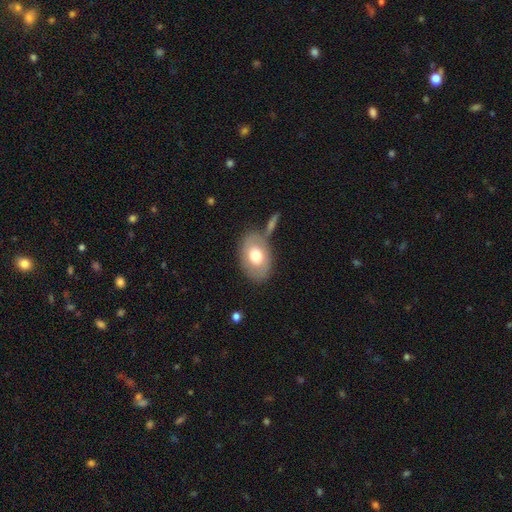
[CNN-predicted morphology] Smooth or featured: smooth — 68% (featured or disk — 26%)
How rounded: in between — 83% (round — 15%)
Merging: none — 67% (minor disturbance — 15%)